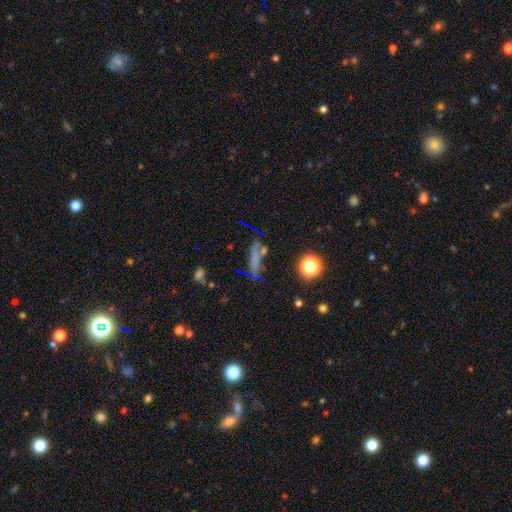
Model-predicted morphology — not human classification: The model was most divided on "smooth or featured": smooth: 47%, featured or disk: 27%, star or artifact: 26%. More confident: merging — none (65%).